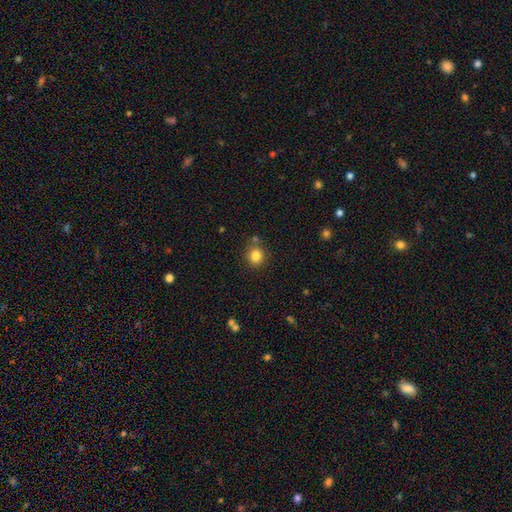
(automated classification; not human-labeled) Smooth or featured: smooth — 83% (star or artifact — 11%)
How rounded: round — 84% (in between — 15%)
Merging: none — 76% (minor disturbance — 11%)